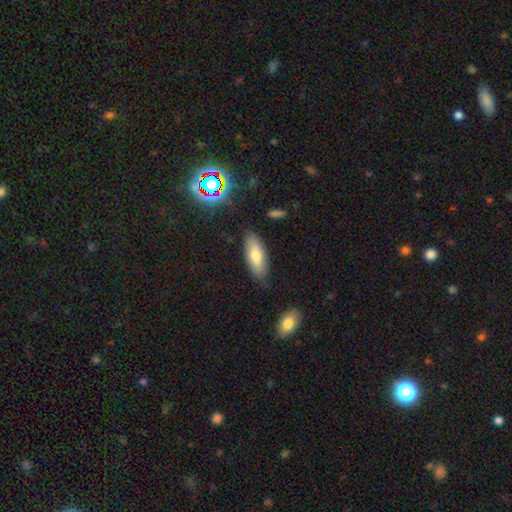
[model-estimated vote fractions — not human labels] smooth-or-featured: smooth: 72% | featured or disk: 21% | star or artifact: 8%
  how-rounded: in between: 74% | cigar-shaped: 24% | round: 2%
  merging: none: 81% | minor disturbance: 14% | major disturbance: 3% | merger: 2%